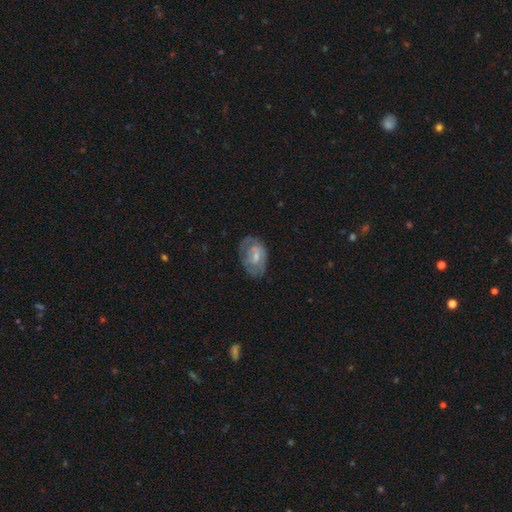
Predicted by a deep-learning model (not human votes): Q: Smooth or featured?
A: featured or disk (55%); runner-up: smooth (38%)
Q: Edge-on disk?
A: no (96%); runner-up: yes (4%)
Q: Bar?
A: no (46%); runner-up: weak (44%)
Q: Spiral arms?
A: yes (58%); runner-up: no (42%)
Q: Bulge size?
A: small (51%); runner-up: moderate (39%)
Q: Merging?
A: none (57%); runner-up: minor disturbance (27%)